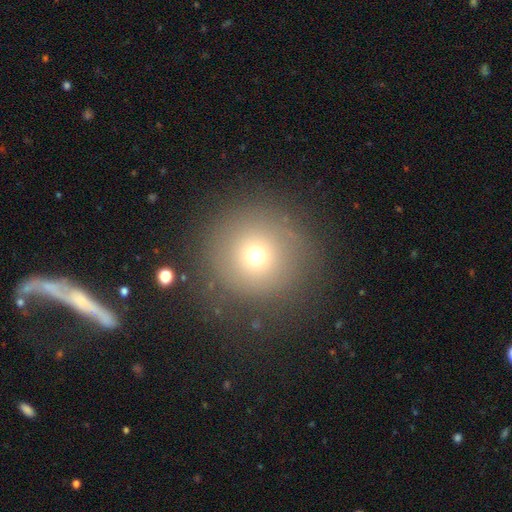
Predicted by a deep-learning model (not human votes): A smooth galaxy with no disk features (69%) that is round (96%).

Vote fractions:
- Smooth or featured? smooth: 69% / star or artifact: 18% / featured or disk: 13%
- How rounded? round: 96% / in between: 3% / cigar-shaped: 1%
- Merging? none: 82% / minor disturbance: 10% / major disturbance: 6% / merger: 2%